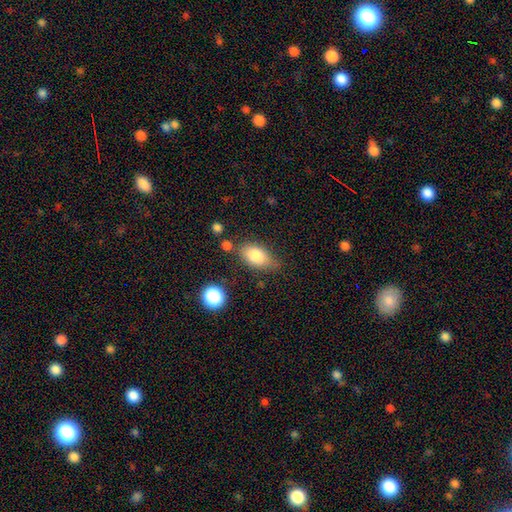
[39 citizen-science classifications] A smooth galaxy with no disk features (87%) that is in between round and cigar-shaped (91%).

Vote fractions:
- Smooth or featured? smooth: 87% / featured or disk: 10% / star or artifact: 3%
- How rounded? in between: 91% / round: 9% / cigar-shaped: 0%
- Merging? none: 66% / minor disturbance: 21% / major disturbance: 8% / merger: 5%